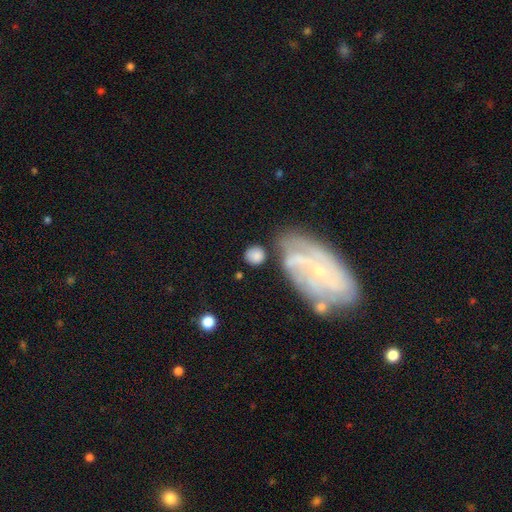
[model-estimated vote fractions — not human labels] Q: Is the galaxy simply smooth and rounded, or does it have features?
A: smooth — 78%.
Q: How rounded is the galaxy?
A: round — 80%.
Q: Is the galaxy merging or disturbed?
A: none — 67%.